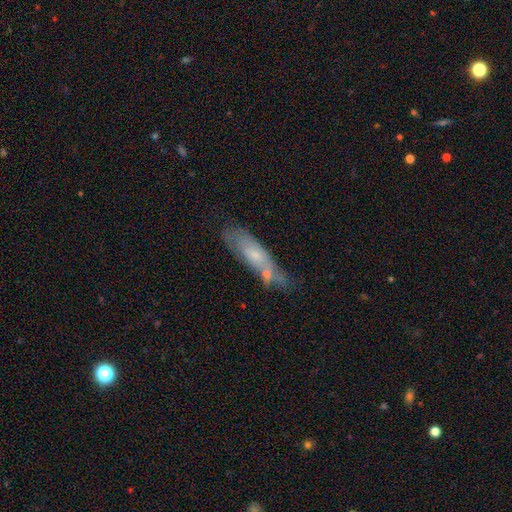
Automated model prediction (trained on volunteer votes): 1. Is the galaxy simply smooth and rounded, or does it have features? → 52% smooth, 40% featured or disk, 8% star or artifact.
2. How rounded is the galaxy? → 63% cigar-shaped, 35% in between, 2% round.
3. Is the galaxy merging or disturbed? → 46% none, 25% minor disturbance, 20% merger, 9% major disturbance.